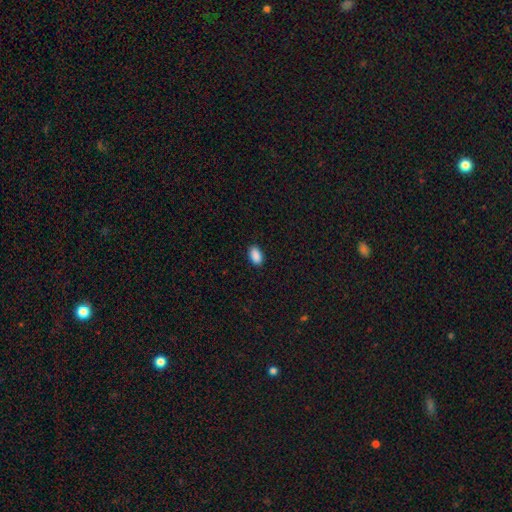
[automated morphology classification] Overall: smooth (90%). How rounded: in between (93%). Merging: none (89%).